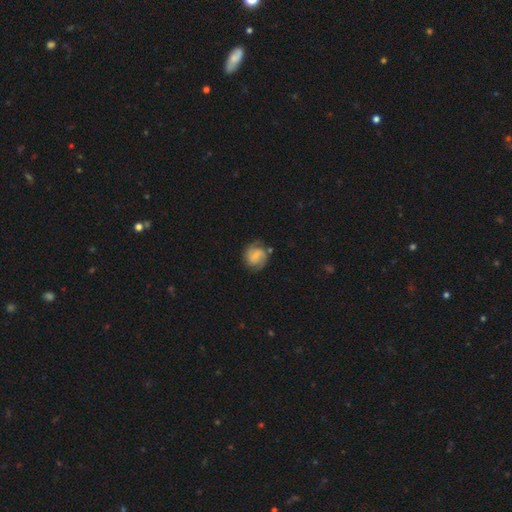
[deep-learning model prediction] Smooth or featured? Predicted: featured or disk (p=0.69). Edge-on disk? Predicted: no (p=0.98). Bar? Predicted: weak (p=0.50). Spiral arms? Predicted: yes (p=0.94). Spiral winding? Predicted: medium (p=0.47). Spiral arm count? Predicted: 2 (p=0.83). Bulge size? Predicted: small (p=0.51). Merging? Predicted: none (p=0.74).